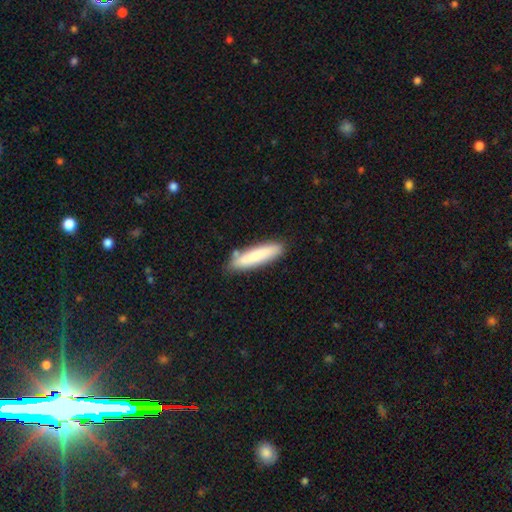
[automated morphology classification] Overall: smooth (79%). How rounded: cigar-shaped (78%). Merging: none (82%).